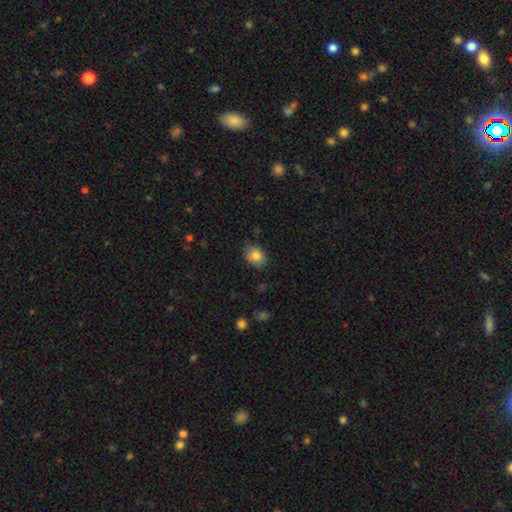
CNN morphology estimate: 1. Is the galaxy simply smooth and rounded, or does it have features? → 82% smooth, 9% featured or disk, 9% star or artifact.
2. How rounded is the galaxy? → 62% in between, 37% round, 1% cigar-shaped.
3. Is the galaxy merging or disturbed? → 78% none, 17% minor disturbance, 3% major disturbance, 2% merger.